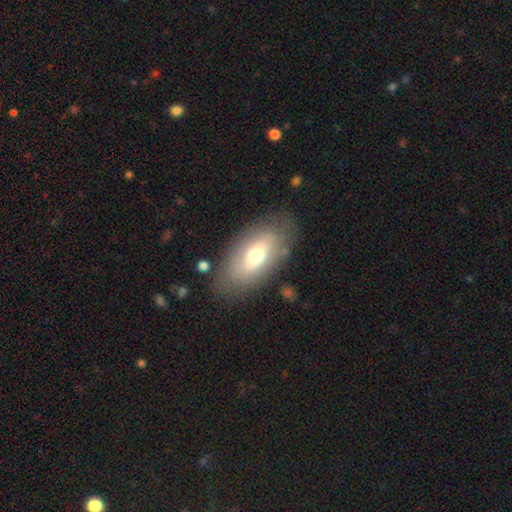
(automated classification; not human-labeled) The model was most divided on "smooth or featured": smooth: 58%, featured or disk: 34%, star or artifact: 8%. More confident: how rounded — in between (90%); merging — none (78%).